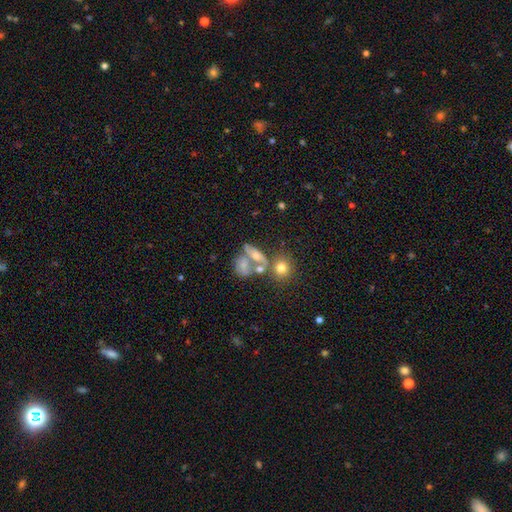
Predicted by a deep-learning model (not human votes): smooth-or-featured: smooth: 46% | featured or disk: 36% | star or artifact: 18%
  merging: merger: 43% | none: 32% | minor disturbance: 13% | major disturbance: 13%